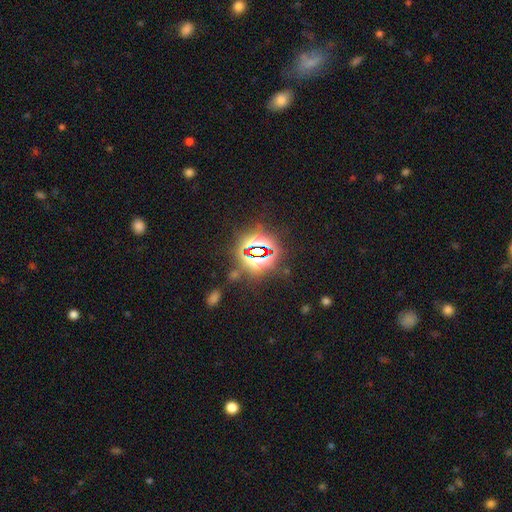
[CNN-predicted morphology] A star or artifact, not a galaxy (83%).